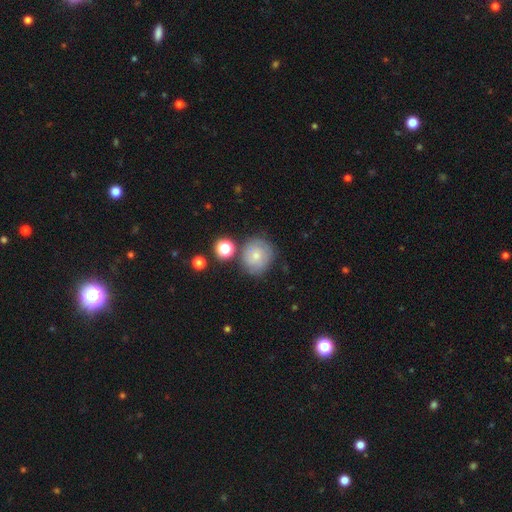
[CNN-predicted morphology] Smooth or featured? smooth (64%)
How rounded? round (86%)
Merging? none (69%)